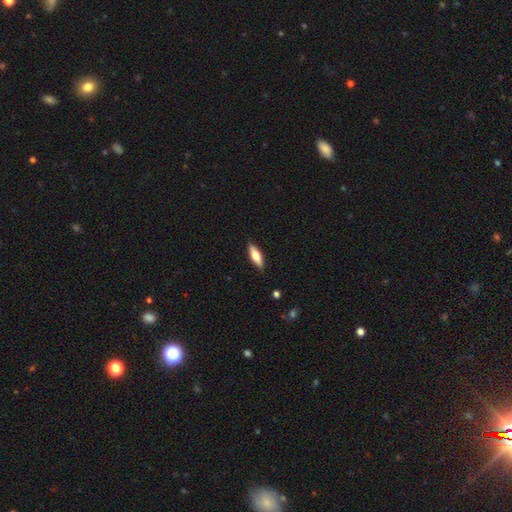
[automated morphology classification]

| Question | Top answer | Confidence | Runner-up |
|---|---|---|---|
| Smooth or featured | smooth | 58% | featured or disk (36%) |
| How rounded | in between | 50% | cigar-shaped (48%) |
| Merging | none | 88% | minor disturbance (9%) |